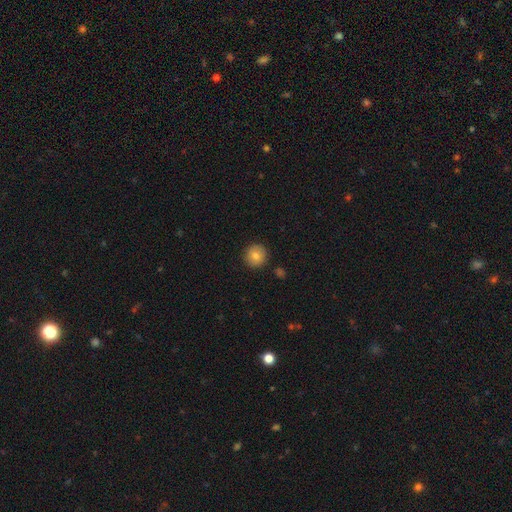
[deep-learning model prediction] Q: Smooth or featured?
A: smooth (81%); runner-up: featured or disk (10%)
Q: How rounded?
A: round (94%); runner-up: in between (5%)
Q: Merging?
A: none (90%); runner-up: minor disturbance (6%)